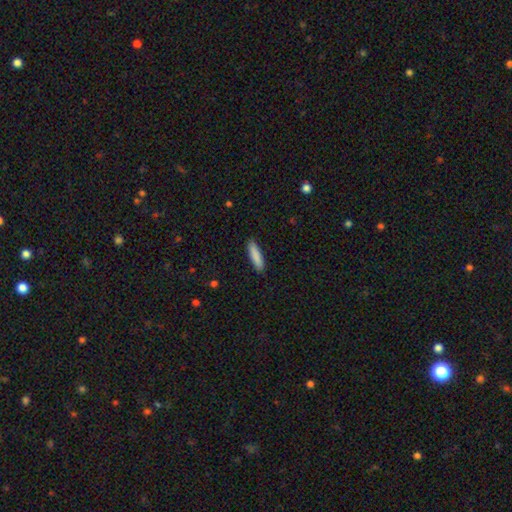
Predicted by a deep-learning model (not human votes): The model was most divided on "how rounded": cigar-shaped: 76%, in between: 23%, round: 1%. More confident: merging — none (90%); smooth or featured — smooth (88%).